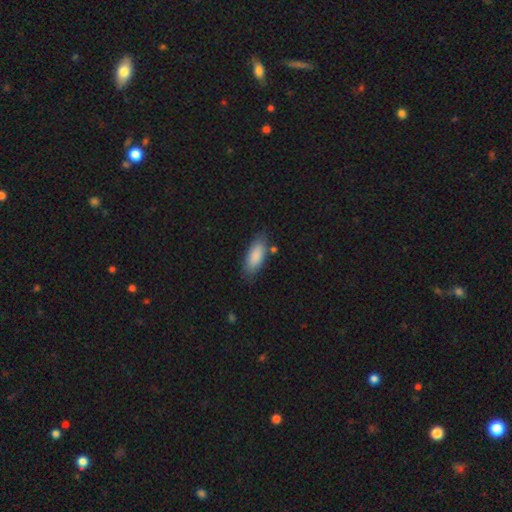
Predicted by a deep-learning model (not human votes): Smooth or featured? smooth (87%)
How rounded? in between (80%)
Merging? none (76%)